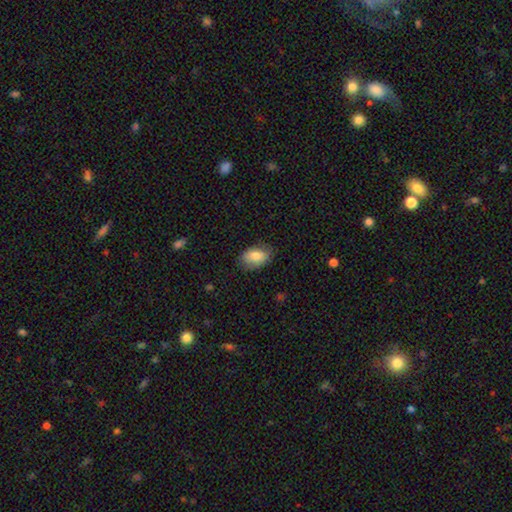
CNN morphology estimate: type=smooth (81%); roundness=in between (89%); merging=none (77%).